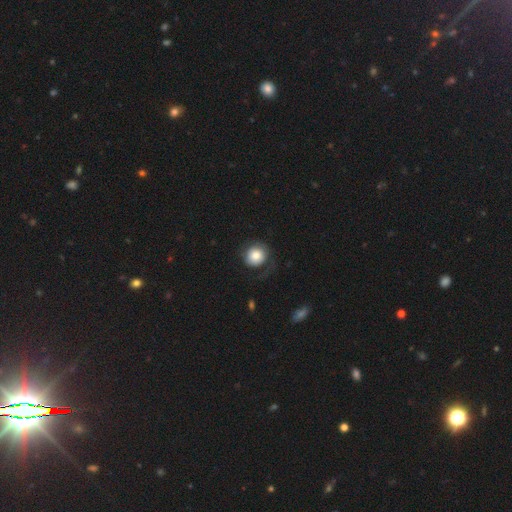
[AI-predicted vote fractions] Smooth or featured?
  - smooth: 73% *
  - featured or disk: 20%
  - star or artifact: 8%
How rounded?
  - round: 86% *
  - in between: 13%
  - cigar-shaped: 1%
Merging?
  - none: 57% *
  - major disturbance: 22%
  - minor disturbance: 20%
  - merger: 2%